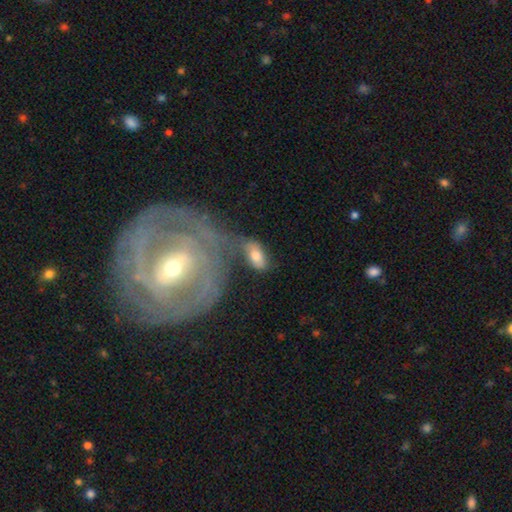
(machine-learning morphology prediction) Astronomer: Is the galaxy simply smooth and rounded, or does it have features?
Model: smooth — 69%.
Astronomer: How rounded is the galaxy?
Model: in between — 89%.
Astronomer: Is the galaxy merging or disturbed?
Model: none — 45% (runner-up: merger, 21%).